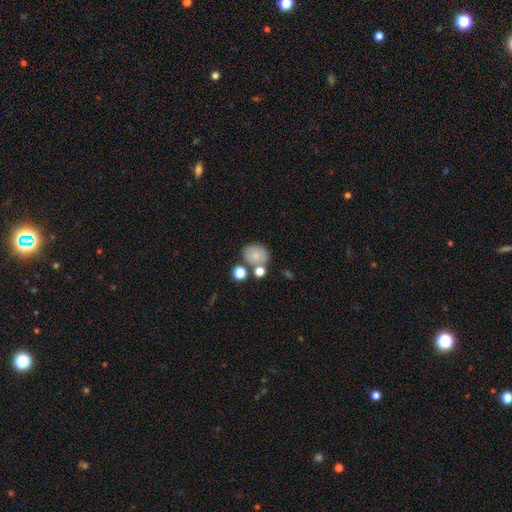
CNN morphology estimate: Smooth or featured? smooth (78%)
How rounded? round (61%)
Merging? none (60%)